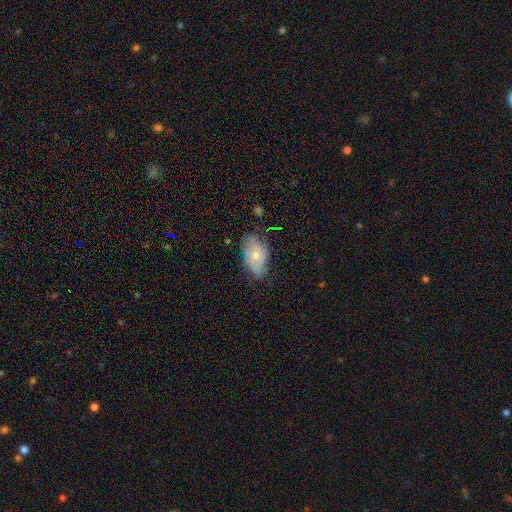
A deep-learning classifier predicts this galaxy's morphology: This appears to be a featured or disk galaxy (46%, tied with smooth). Merging: none (56%).